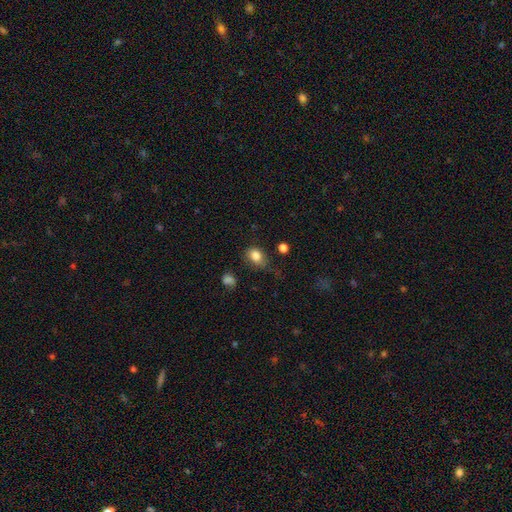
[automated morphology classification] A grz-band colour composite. It shows a smooth galaxy with no disk features (83%) that is in between round and cigar-shaped (61%). Merging: none (54%).